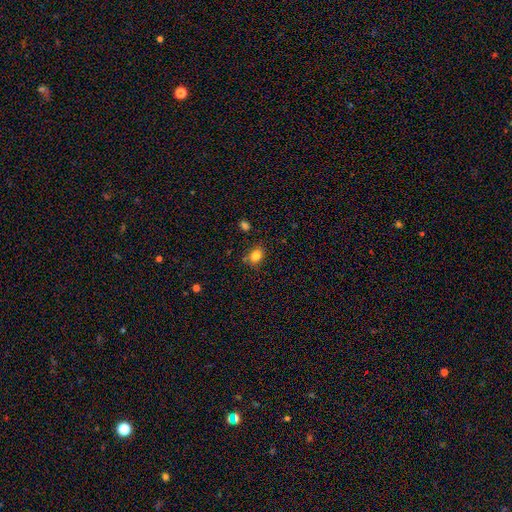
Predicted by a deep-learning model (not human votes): smooth_or_featured: smooth (p=0.83) [alt: star or artifact p=0.11]
how_rounded: in between (p=0.70) [alt: round p=0.29]
merging: none (p=0.75) [alt: minor disturbance p=0.16]